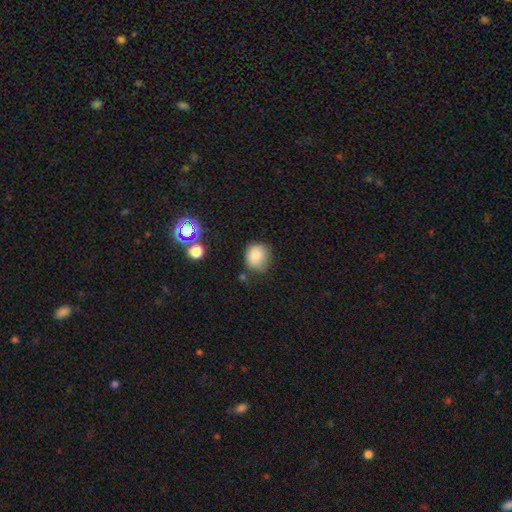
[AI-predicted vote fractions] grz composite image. It shows a smooth galaxy with no disk features (83%) that is round (75%). Merging: none (71%).